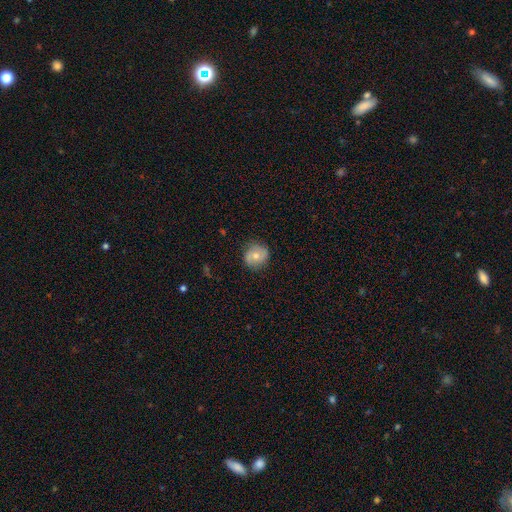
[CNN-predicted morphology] smooth 53%, featured or disk 39%, star or artifact 8%. Down the decision tree: how rounded — round (88%); merging — none (81%).